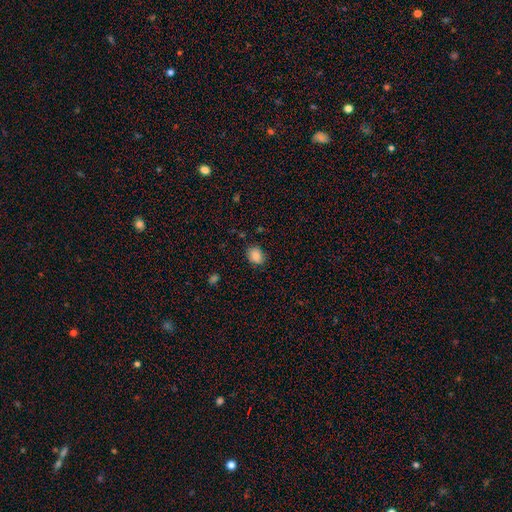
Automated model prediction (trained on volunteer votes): Smooth or featured?
  - smooth: 87% *
  - star or artifact: 9%
  - featured or disk: 4%
How rounded?
  - in between: 61% *
  - round: 38%
  - cigar-shaped: 1%
Merging?
  - none: 81% *
  - minor disturbance: 15%
  - major disturbance: 3%
  - merger: 1%